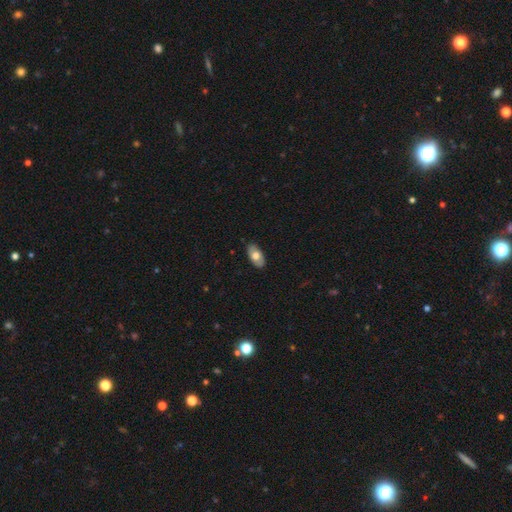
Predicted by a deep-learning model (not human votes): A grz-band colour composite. It shows a smooth galaxy with no disk features (65%) that is in between round and cigar-shaped (94%). Merging: none (87%).